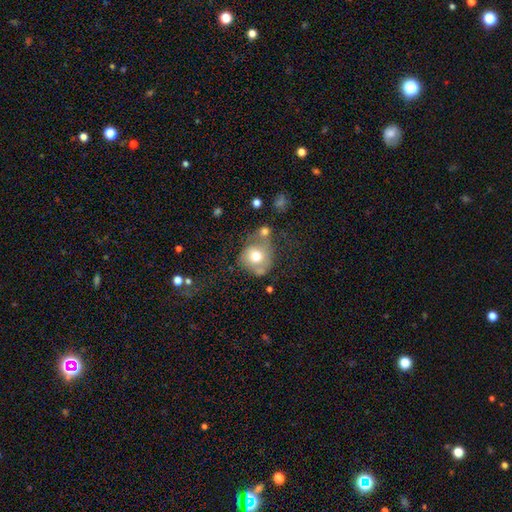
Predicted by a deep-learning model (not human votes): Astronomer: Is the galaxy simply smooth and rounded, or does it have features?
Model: smooth — 67%.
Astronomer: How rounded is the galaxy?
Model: round — 81%.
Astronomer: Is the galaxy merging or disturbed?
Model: none — 35% (runner-up: merger, 31%).